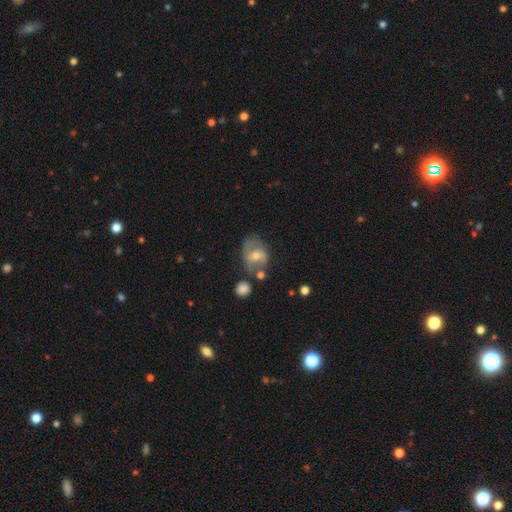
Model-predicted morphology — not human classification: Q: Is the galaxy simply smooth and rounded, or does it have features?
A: featured or disk — 50%.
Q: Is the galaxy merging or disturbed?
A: none — 53%.